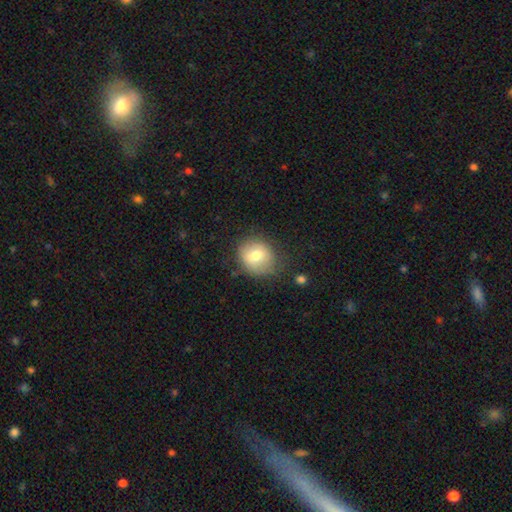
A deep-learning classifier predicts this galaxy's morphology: Smooth or featured?
  - smooth: 69% *
  - featured or disk: 22%
  - star or artifact: 9%
How rounded?
  - round: 72% *
  - in between: 27%
  - cigar-shaped: 1%
Merging?
  - none: 68% *
  - minor disturbance: 22%
  - major disturbance: 8%
  - merger: 2%